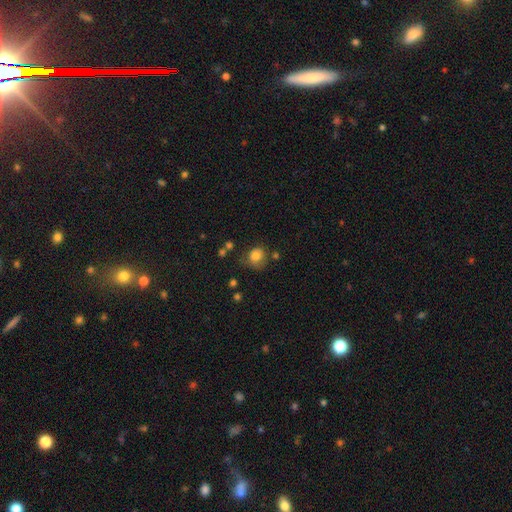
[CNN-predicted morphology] The model was most divided on "merging": none: 63%, minor disturbance: 23%, major disturbance: 8%, merger: 6%. More confident: smooth or featured — smooth (82%); how rounded — round (78%).